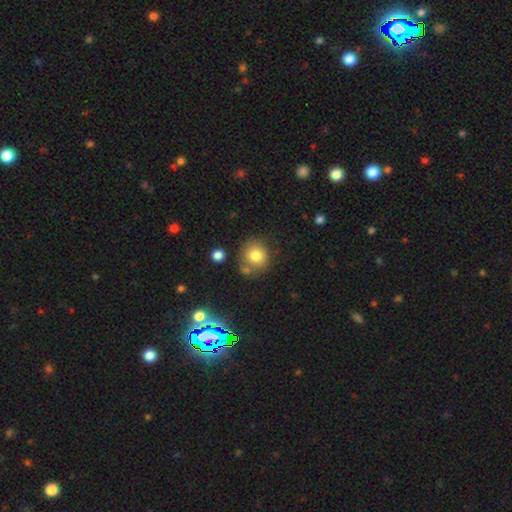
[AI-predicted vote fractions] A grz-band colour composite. It shows a smooth galaxy with no disk features (79%) that is round (85%). Merging: none (66%).